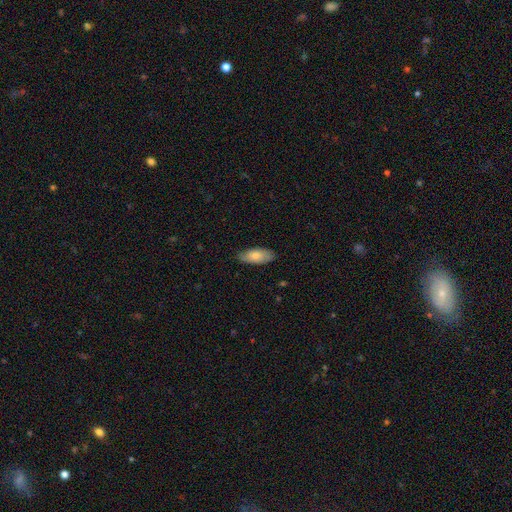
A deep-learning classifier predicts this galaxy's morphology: smooth_or_featured: smooth (p=0.73) [alt: featured or disk p=0.22]
how_rounded: in between (p=0.86) [alt: cigar-shaped p=0.12]
merging: none (p=0.81) [alt: minor disturbance p=0.15]